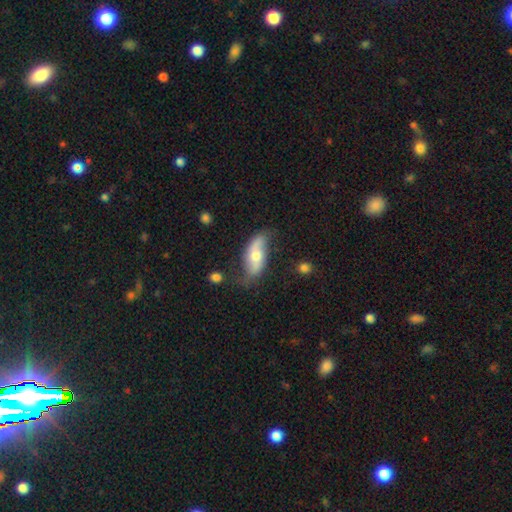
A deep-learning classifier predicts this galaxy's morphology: smooth-or-featured: featured or disk: 60% | smooth: 34% | star or artifact: 6%
  disk-edge-on: no: 84% | yes: 16%
    bar: no: 58% | weak: 27% | strong: 15%
    has-spiral-arms: yes: 81% | no: 19%
    bulge-size: moderate: 65% | small: 26% | large: 6% | none: 2% | dominant: 1%
  merging: none: 59% | minor disturbance: 27% | major disturbance: 10% | merger: 4%